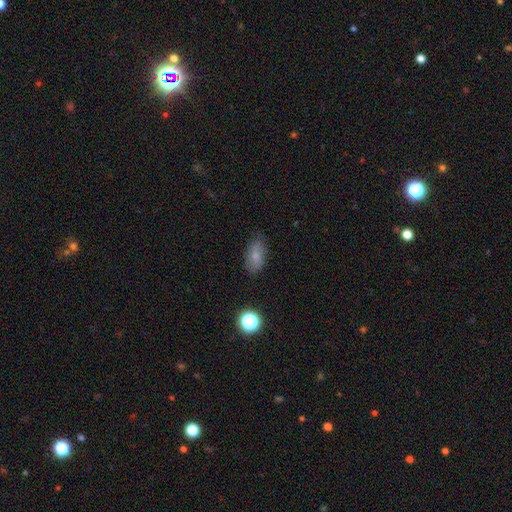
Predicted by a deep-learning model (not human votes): smooth 77%, featured or disk 13%, star or artifact 11%. Down the decision tree: how rounded — in between (88%); merging — none (77%).